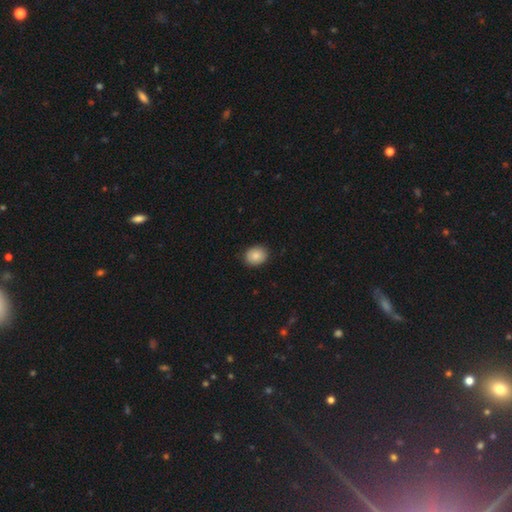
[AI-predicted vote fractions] Smooth or featured? Predicted: smooth (p=0.86). How rounded? Predicted: round (p=0.56). Merging? Predicted: none (p=0.88).